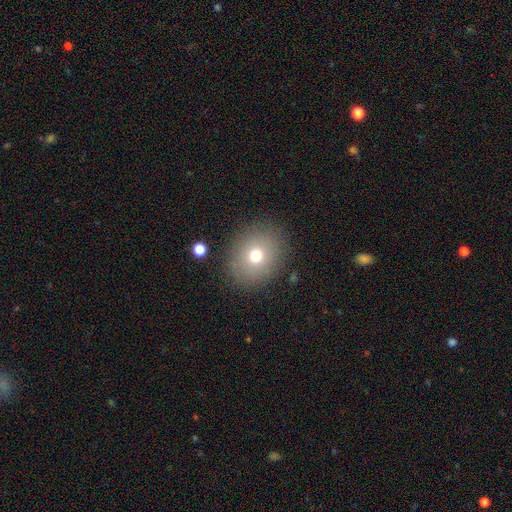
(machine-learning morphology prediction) smooth-or-featured: smooth: 71% | featured or disk: 15% | star or artifact: 14%
  how-rounded: round: 66% | in between: 33% | cigar-shaped: 1%
  merging: none: 86% | minor disturbance: 9% | major disturbance: 4% | merger: 2%